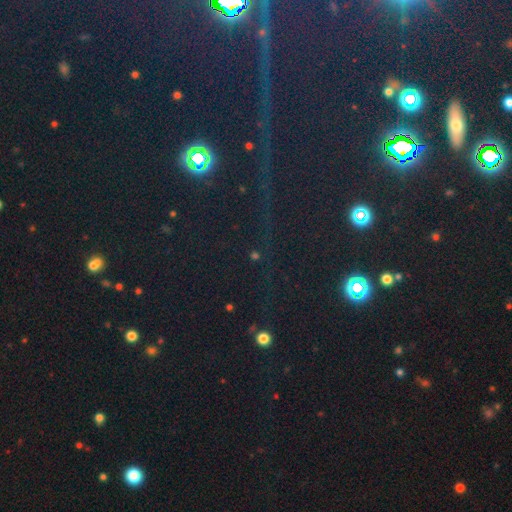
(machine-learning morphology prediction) Overall: star or artifact (76%).